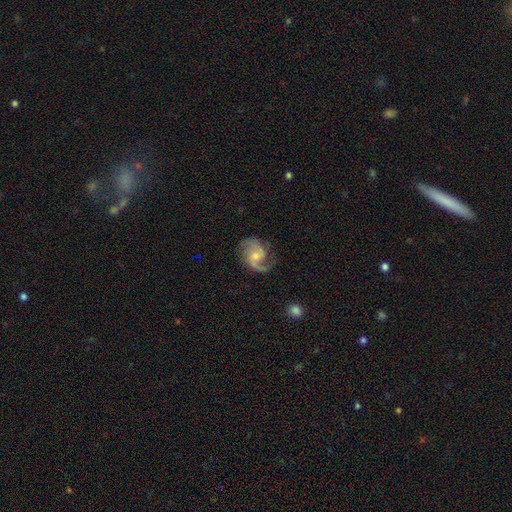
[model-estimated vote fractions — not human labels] A featured or disk galaxy (88%) with no bar (57%), 2 (85%) medium (52%) spiral arms (97%) and a small central bulge (50%).

Vote fractions:
- Smooth or featured? featured or disk: 88% / smooth: 7% / star or artifact: 5%
- Edge-on disk? no: 98% / yes: 2%
- Bar? no: 57% / weak: 37% / strong: 6%
- Spiral arms? yes: 97% / no: 3%
- Spiral winding? medium: 52% / loose: 33% / tight: 15%
- Spiral arm count? 2: 85% / 1: 7% / can't tell: 3% / 3: 2% / 4: 1% / more than 4: 1%
- Bulge size? small: 50% / moderate: 42% / none: 4% / large: 3% / dominant: 1%
- Merging? none: 72% / minor disturbance: 17% / major disturbance: 9% / merger: 1%